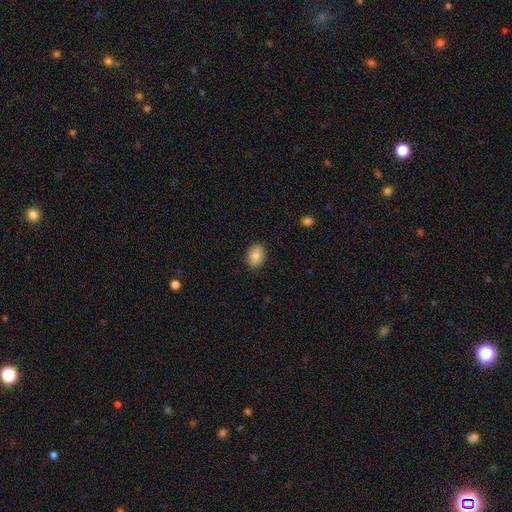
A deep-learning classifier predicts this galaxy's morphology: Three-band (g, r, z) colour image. It shows a smooth galaxy with no disk features (84%) that is in between round and cigar-shaped (71%). Merging: none (89%).